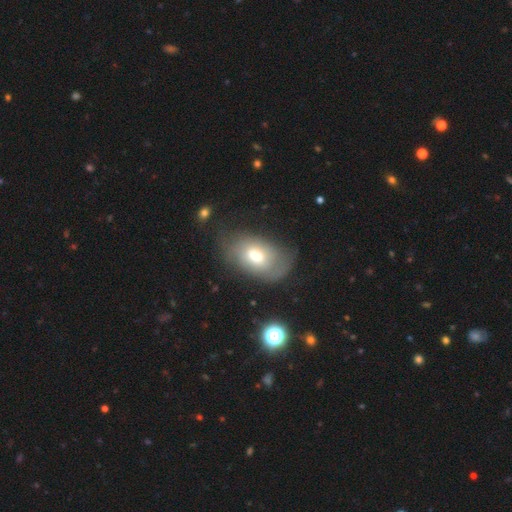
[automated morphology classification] A smooth galaxy with no disk features (60%) that is in between round and cigar-shaped (89%). Merging: none (55%).